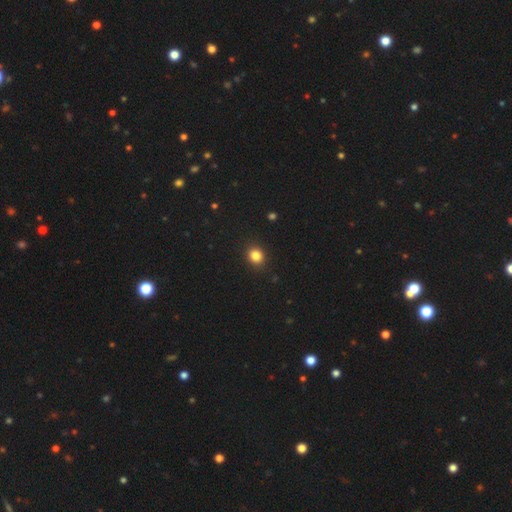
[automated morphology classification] Q: Smooth or featured?
A: smooth (84%); runner-up: star or artifact (12%)
Q: How rounded?
A: round (72%); runner-up: in between (27%)
Q: Merging?
A: none (90%); runner-up: minor disturbance (7%)